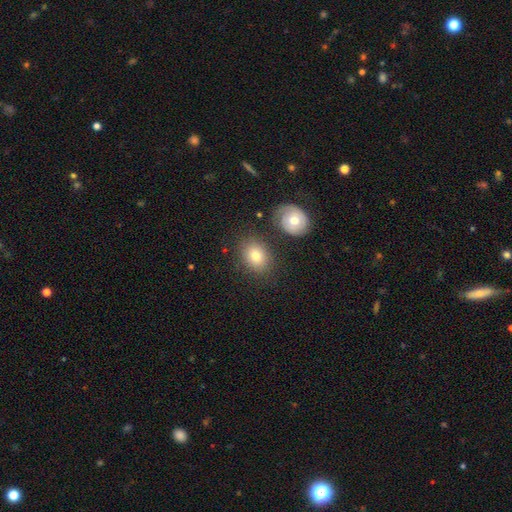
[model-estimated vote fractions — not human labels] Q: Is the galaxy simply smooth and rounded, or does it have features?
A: smooth — 77%.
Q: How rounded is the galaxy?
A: in between — 54%.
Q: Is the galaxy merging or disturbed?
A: none — 75%.